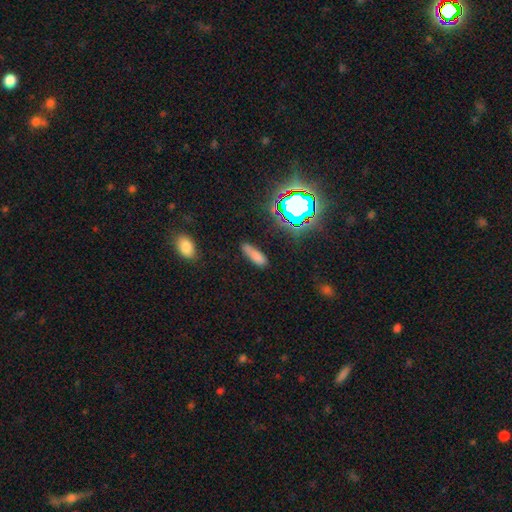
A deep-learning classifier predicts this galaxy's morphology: A smooth galaxy with no disk features (73%) that is cigar-shaped (52%). Merging: none (69%).